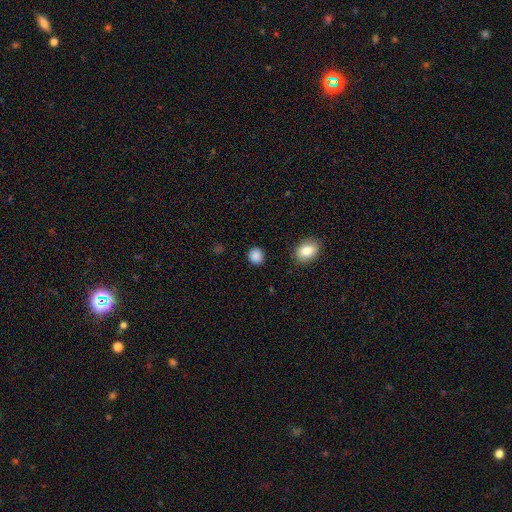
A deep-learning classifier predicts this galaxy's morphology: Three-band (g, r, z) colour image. It shows a smooth galaxy with no disk features (87%) that is round (83%). Merging: none (89%).